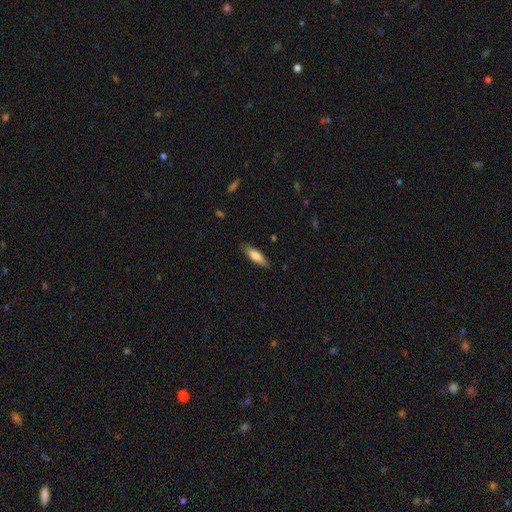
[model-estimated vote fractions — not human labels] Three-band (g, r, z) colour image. It shows a smooth galaxy with no disk features (77%) that is cigar-shaped (54%). Merging: none (84%).